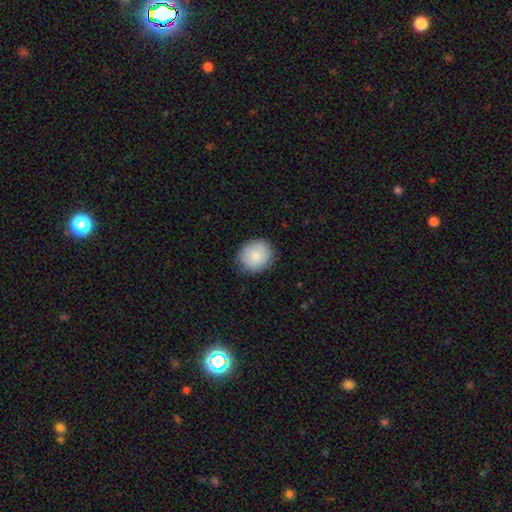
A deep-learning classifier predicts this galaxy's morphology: type=smooth (83%); roundness=round (83%); merging=none (83%).